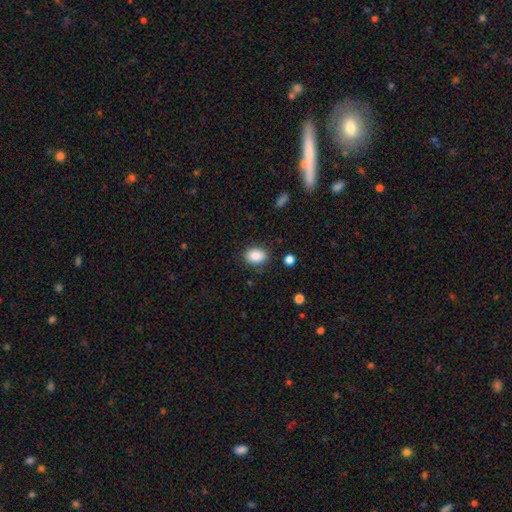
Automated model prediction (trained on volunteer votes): Smooth or featured?
  - smooth: 88% *
  - star or artifact: 8%
  - featured or disk: 4%
How rounded?
  - in between: 74% *
  - round: 25%
  - cigar-shaped: 1%
Merging?
  - none: 83% *
  - minor disturbance: 12%
  - major disturbance: 3%
  - merger: 2%